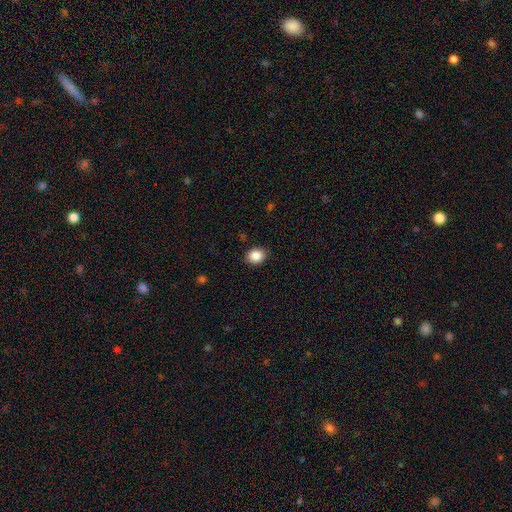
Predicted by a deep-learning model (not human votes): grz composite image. It shows a smooth galaxy with no disk features (87%) that is round (57%). Merging: none (88%).